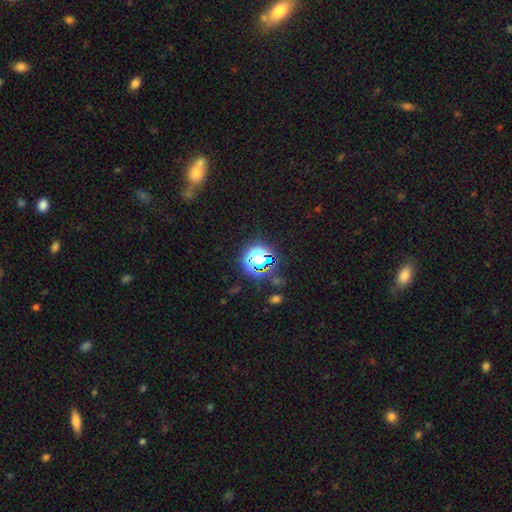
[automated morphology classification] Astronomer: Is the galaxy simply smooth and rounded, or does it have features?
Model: star or artifact — 71%.